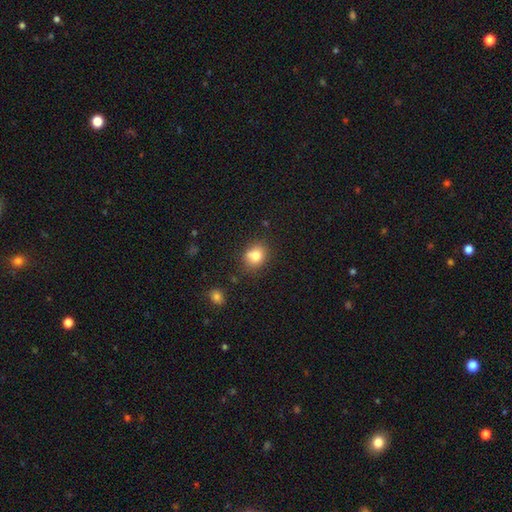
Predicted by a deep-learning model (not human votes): smooth 78%, star or artifact 11%, featured or disk 11%. Down the decision tree: how rounded — round (64%); merging — none (66%).